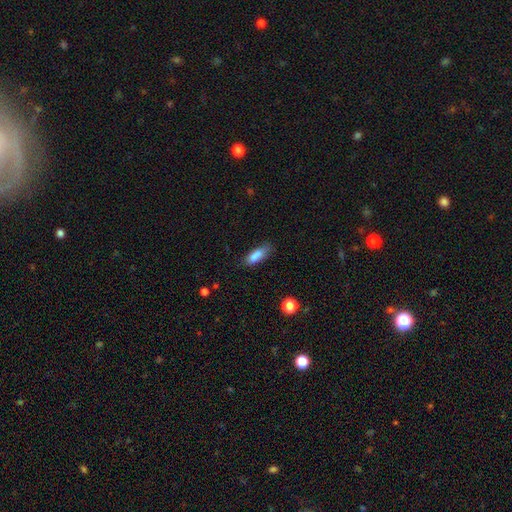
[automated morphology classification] Smooth or featured: smooth — 81% (featured or disk — 10%)
How rounded: in between — 63% (cigar-shaped — 35%)
Merging: none — 61% (minor disturbance — 26%)